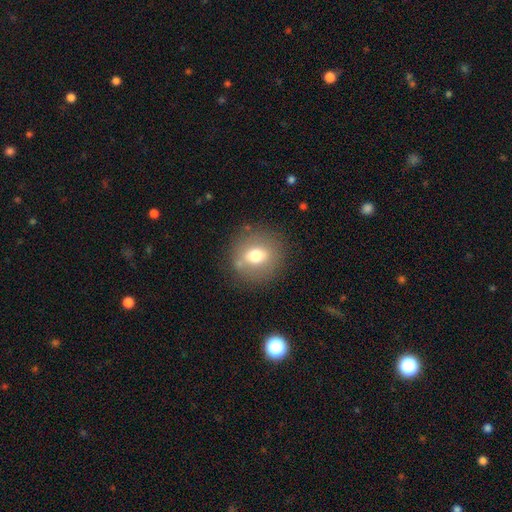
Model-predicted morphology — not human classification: Q: Smooth or featured?
A: smooth (68%); runner-up: featured or disk (21%)
Q: How rounded?
A: round (82%); runner-up: in between (17%)
Q: Merging?
A: none (82%); runner-up: minor disturbance (11%)